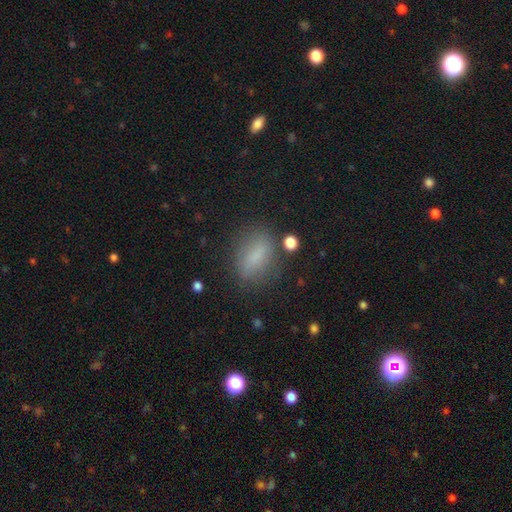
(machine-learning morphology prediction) Overall: smooth (76%). How rounded: in between (78%). Merging: none (74%).